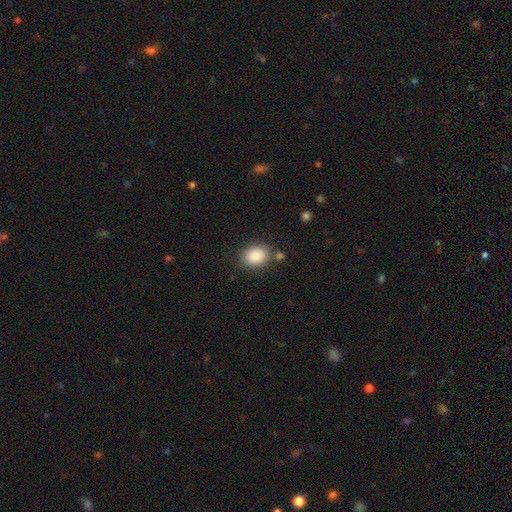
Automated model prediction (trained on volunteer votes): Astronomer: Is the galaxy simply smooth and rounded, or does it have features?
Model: smooth — 88%.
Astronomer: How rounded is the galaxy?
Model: in between — 58% (runner-up: round, 41%).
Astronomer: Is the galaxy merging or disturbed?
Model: none — 77%.